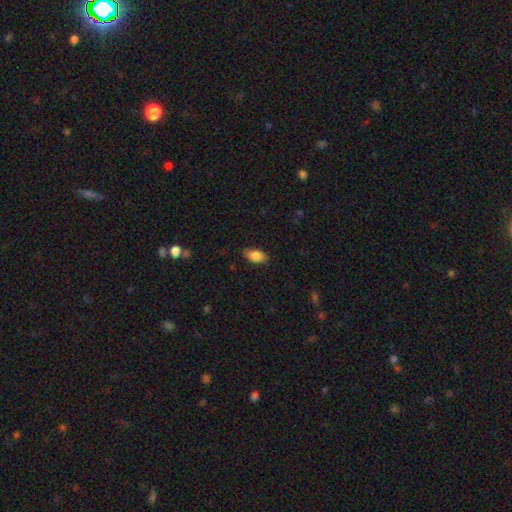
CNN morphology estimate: A smooth galaxy with no disk features (86%) that is in between round and cigar-shaped (92%). Merging: none (81%).